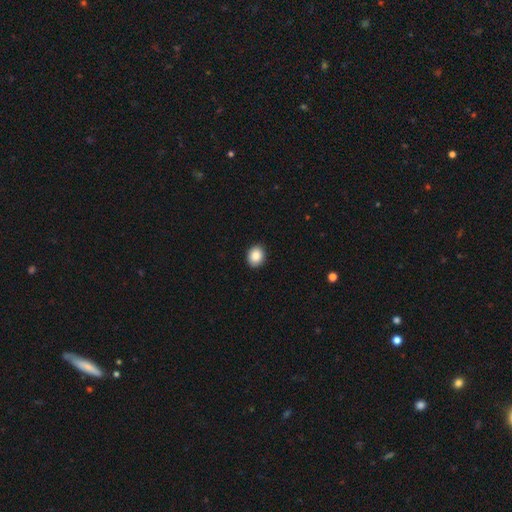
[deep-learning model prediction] smooth-or-featured: smooth: 88% | star or artifact: 8% | featured or disk: 4%
  how-rounded: round: 53% | in between: 46% | cigar-shaped: 1%
  merging: none: 91% | minor disturbance: 7% | major disturbance: 2% | merger: 1%